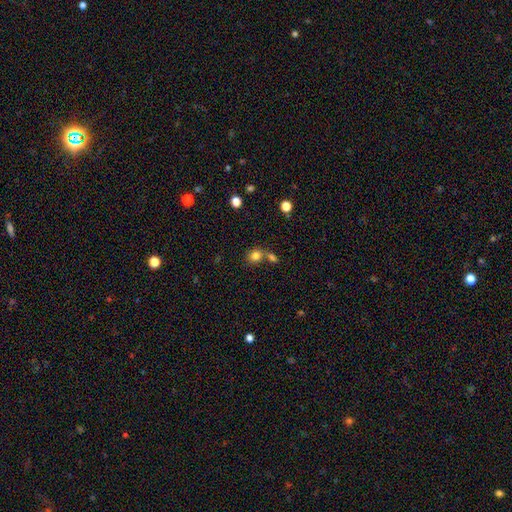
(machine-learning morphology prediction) Overall: smooth (81%). How rounded: round (73%). Merging: none (56%; merger 30%).